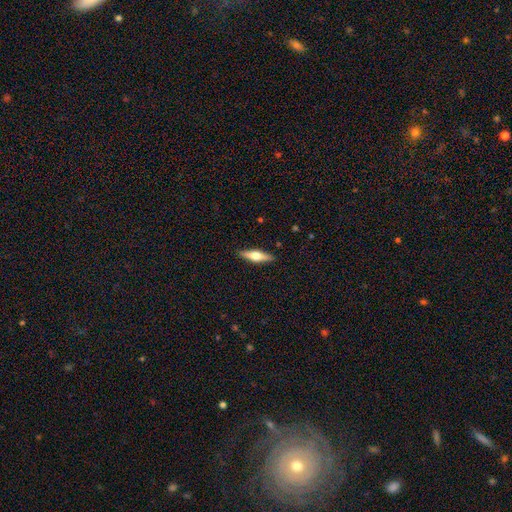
This appears to be a featured or disk galaxy (74%) viewed edge-on (93%) with a rounded central bulge (100%). Merging: none (89%).